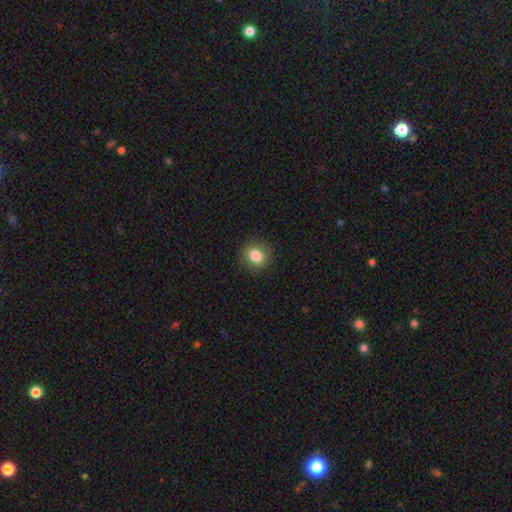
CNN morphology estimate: A smooth galaxy with no disk features (83%) that is round (79%).

Vote fractions:
- Smooth or featured? smooth: 83% / star or artifact: 10% / featured or disk: 7%
- How rounded? round: 79% / in between: 20% / cigar-shaped: 1%
- Merging? none: 89% / minor disturbance: 8% / major disturbance: 2% / merger: 1%